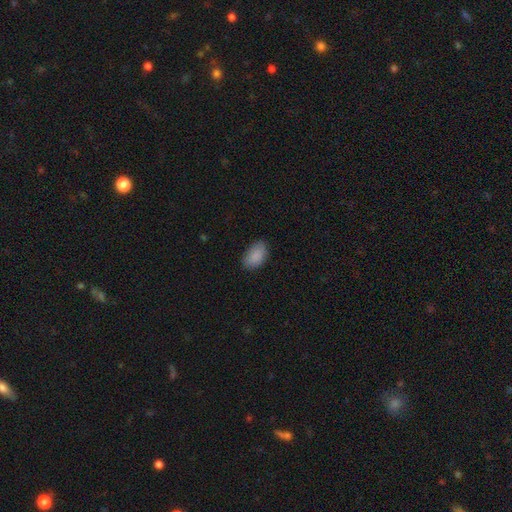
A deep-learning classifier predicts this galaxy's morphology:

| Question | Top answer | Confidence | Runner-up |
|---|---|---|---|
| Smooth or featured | smooth | 89% | star or artifact (7%) |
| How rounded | in between | 93% | round (6%) |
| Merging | none | 82% | minor disturbance (14%) |